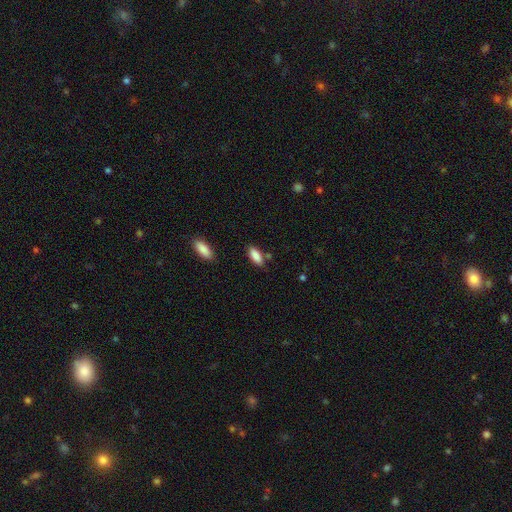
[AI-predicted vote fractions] Smooth or featured: smooth — 88% (star or artifact — 7%)
How rounded: in between — 80% (cigar-shaped — 18%)
Merging: none — 78% (minor disturbance — 14%)